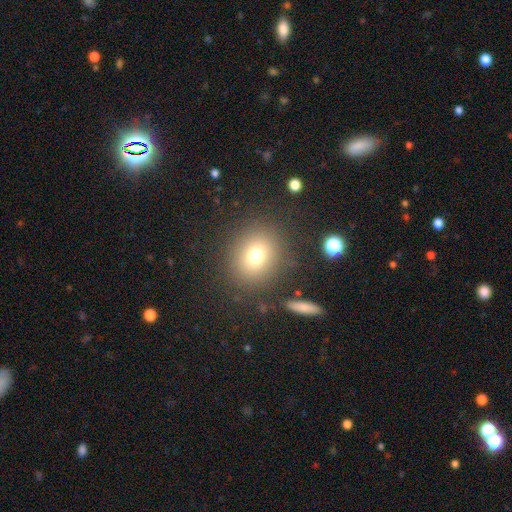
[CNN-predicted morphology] type=smooth (74%); roundness=round (73%); merging=none (85%).